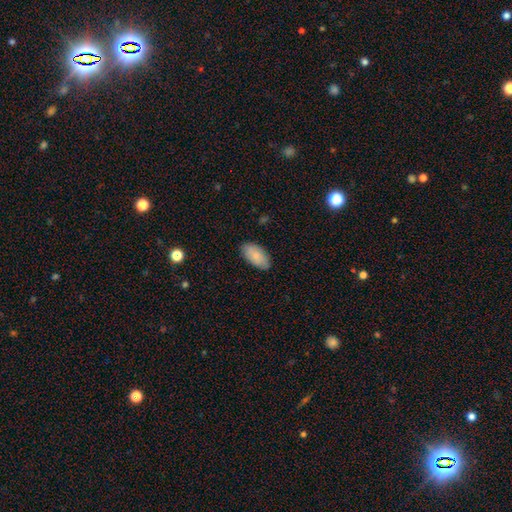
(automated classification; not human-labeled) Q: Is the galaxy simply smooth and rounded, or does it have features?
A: smooth — 84%.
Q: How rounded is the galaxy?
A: in between — 95%.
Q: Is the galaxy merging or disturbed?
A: none — 84%.